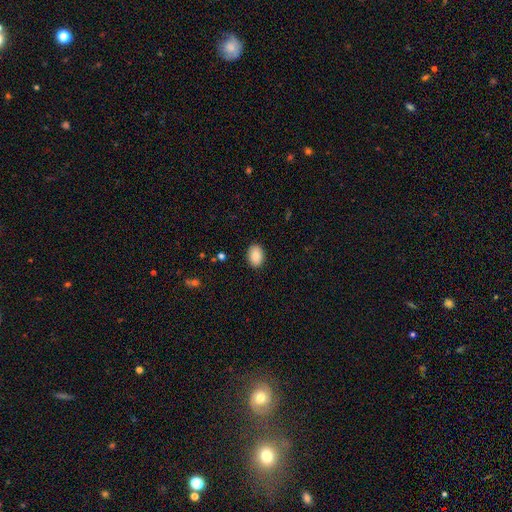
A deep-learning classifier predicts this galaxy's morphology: This appears to be a smooth galaxy with no disk features (89%) that is in between round and cigar-shaped (84%). Merging: none (90%).